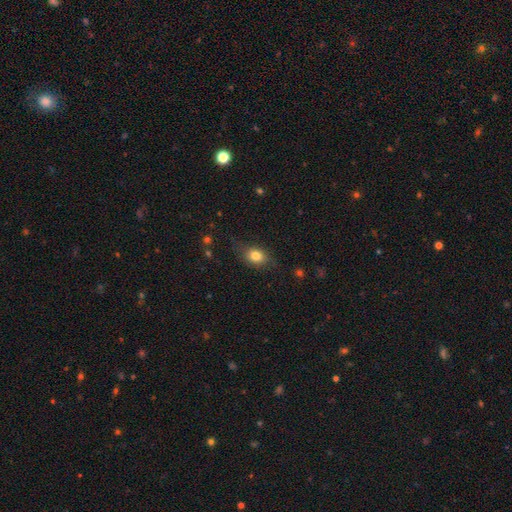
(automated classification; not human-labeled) A smooth galaxy with no disk features (80%) that is in between round and cigar-shaped (66%). Merging: none (71%).